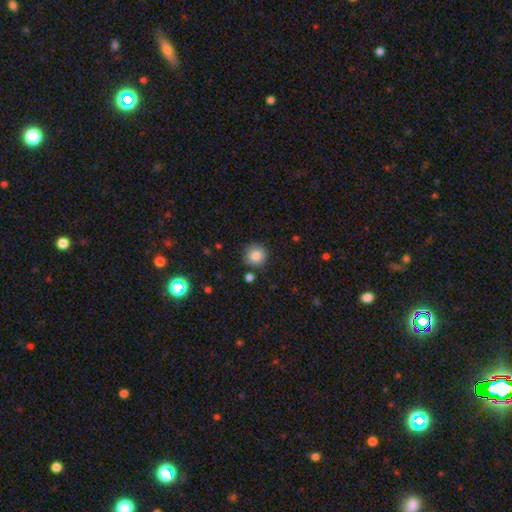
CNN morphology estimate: smooth-or-featured: smooth: 84% | star or artifact: 10% | featured or disk: 6%
  how-rounded: round: 94% | in between: 5% | cigar-shaped: 1%
  merging: none: 87% | minor disturbance: 8% | merger: 3% | major disturbance: 2%